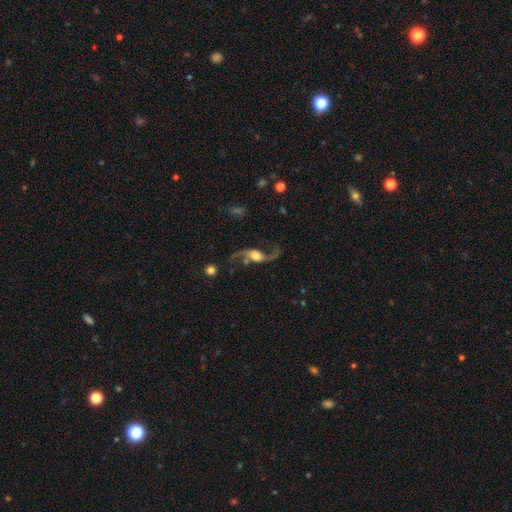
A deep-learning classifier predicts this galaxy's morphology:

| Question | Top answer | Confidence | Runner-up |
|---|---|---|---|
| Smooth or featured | featured or disk | 87% | smooth (7%) |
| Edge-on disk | no | 93% | yes (7%) |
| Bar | no | 52% | weak (34%) |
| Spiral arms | yes | 96% | no (4%) |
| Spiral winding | loose | 92% | medium (6%) |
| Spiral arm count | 2 | 94% | 1 (2%) |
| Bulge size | moderate | 38% | large (35%) |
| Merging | none | 68% | minor disturbance (14%) |